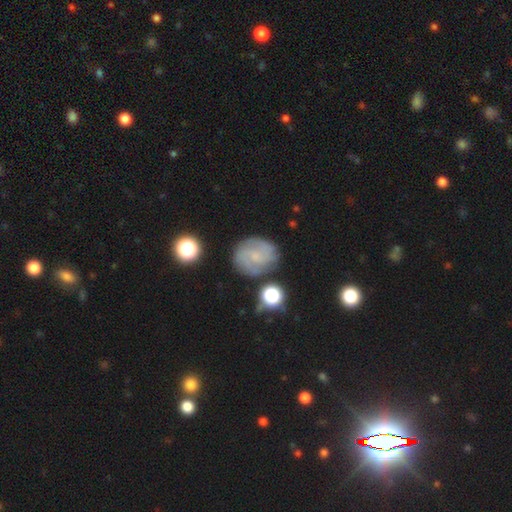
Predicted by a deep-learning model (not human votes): Smooth or featured? Predicted: featured or disk (p=0.67). Edge-on disk? Predicted: no (p=0.98). Bar? Predicted: no (p=0.53). Spiral arms? Predicted: yes (p=0.92). Spiral winding? Predicted: tight (p=0.44). Spiral arm count? Predicted: 2 (p=0.45). Bulge size? Predicted: small (p=0.65). Merging? Predicted: none (p=0.76).